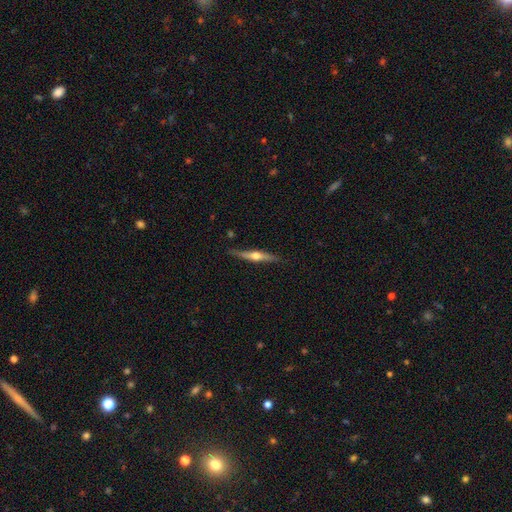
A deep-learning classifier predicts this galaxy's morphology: Smooth or featured: featured or disk — 70% (smooth — 25%)
Edge-on disk: yes — 97% (no — 3%)
Edge-on bulge: rounded — 93% (boxy — 4%)
Merging: none — 83% (minor disturbance — 13%)